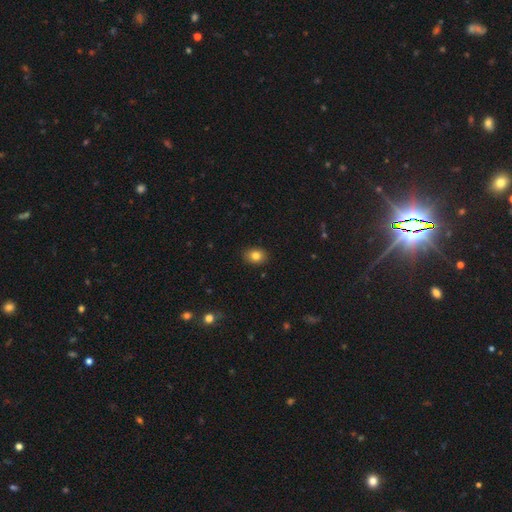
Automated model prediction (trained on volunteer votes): smooth 82%, star or artifact 10%, featured or disk 8%. Down the decision tree: how rounded — in between (58%); merging — none (88%).